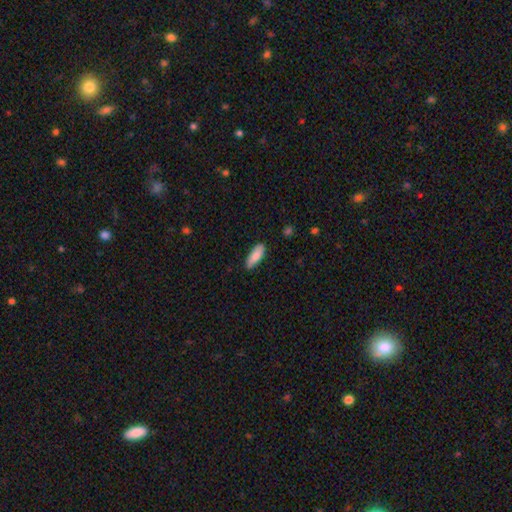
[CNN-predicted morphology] smooth_or_featured: smooth (p=0.85) [alt: featured or disk p=0.09]
how_rounded: in between (p=0.60) [alt: cigar-shaped p=0.38]
merging: none (p=0.81) [alt: minor disturbance p=0.15]